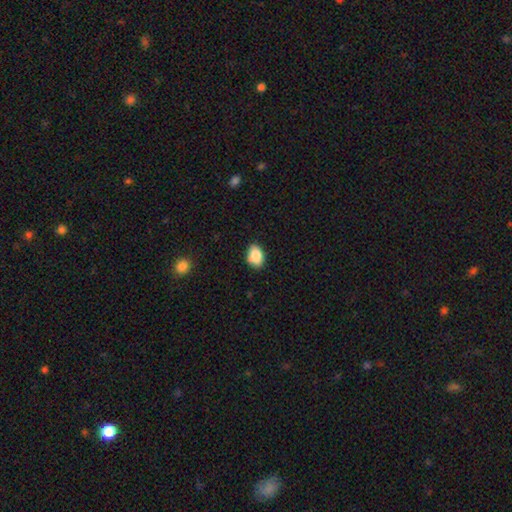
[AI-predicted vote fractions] Smooth or featured?
  - smooth: 85% *
  - star or artifact: 8%
  - featured or disk: 6%
How rounded?
  - in between: 78% *
  - round: 21%
  - cigar-shaped: 1%
Merging?
  - none: 78% *
  - minor disturbance: 17%
  - merger: 3%
  - major disturbance: 3%